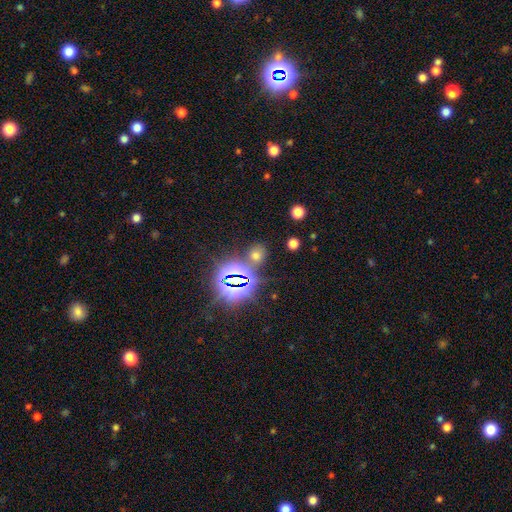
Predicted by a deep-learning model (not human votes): A smooth galaxy with no disk features (49%). Merging: none (76%).